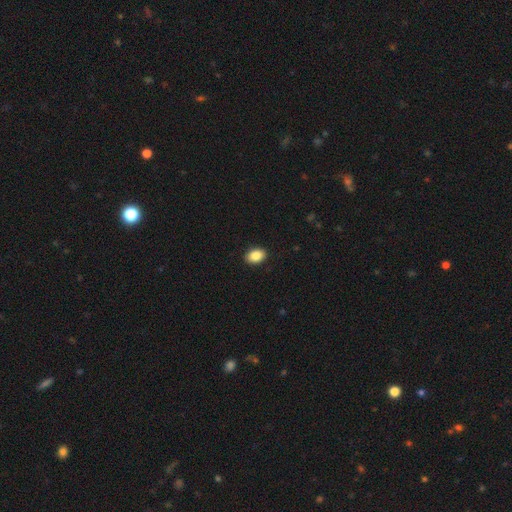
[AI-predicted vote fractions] Morphology: type=smooth (87%); roundness=in between (81%); merging=none (91%).